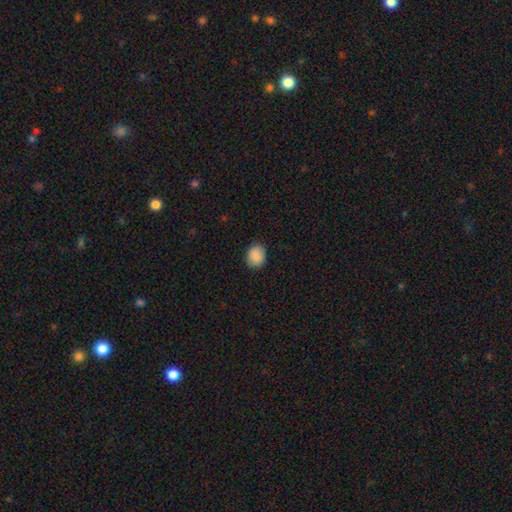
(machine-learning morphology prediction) Smooth or featured? smooth (88%)
How rounded? round (59%)
Merging? none (83%)